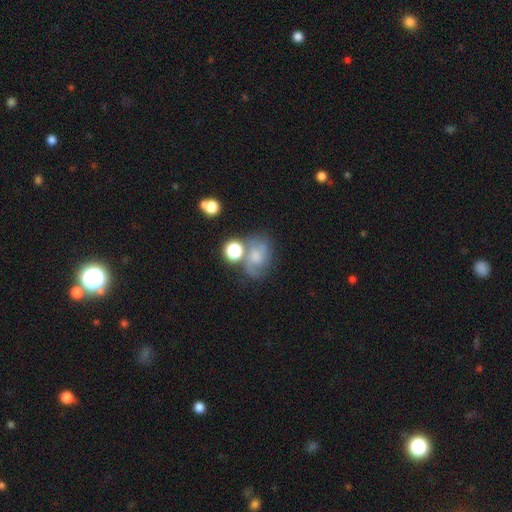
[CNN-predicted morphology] This appears to be a featured or disk galaxy (51%). Merging: none (46%).